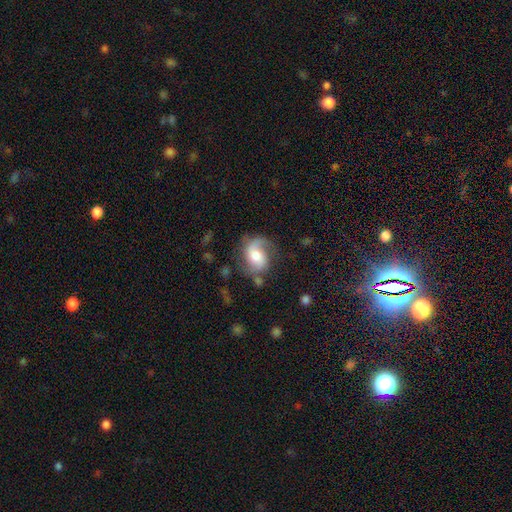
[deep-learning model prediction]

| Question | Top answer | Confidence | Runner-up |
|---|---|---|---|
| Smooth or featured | featured or disk | 70% | smooth (23%) |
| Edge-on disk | no | 97% | yes (3%) |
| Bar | no | 51% | weak (38%) |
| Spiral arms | yes | 92% | no (8%) |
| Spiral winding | loose | 43% | medium (41%) |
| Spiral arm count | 2 | 62% | 1 (30%) |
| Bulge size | moderate | 59% | large (19%) |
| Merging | none | 58% | minor disturbance (22%) |